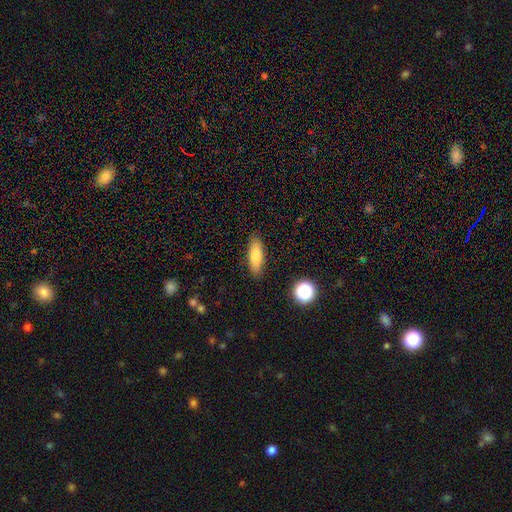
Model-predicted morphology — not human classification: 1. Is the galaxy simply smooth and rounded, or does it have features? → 76% smooth, 16% featured or disk, 8% star or artifact.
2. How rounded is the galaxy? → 54% in between, 43% cigar-shaped, 3% round.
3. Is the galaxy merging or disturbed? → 88% none, 9% minor disturbance, 2% major disturbance, 1% merger.